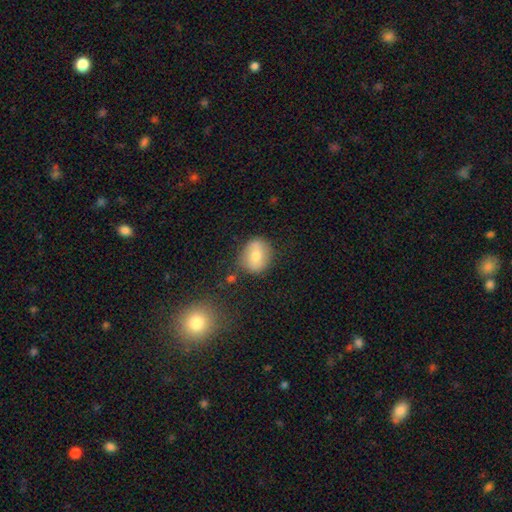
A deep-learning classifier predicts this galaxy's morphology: Q: Smooth or featured?
A: smooth (70%); runner-up: featured or disk (22%)
Q: How rounded?
A: round (64%); runner-up: in between (35%)
Q: Merging?
A: none (77%); runner-up: minor disturbance (15%)